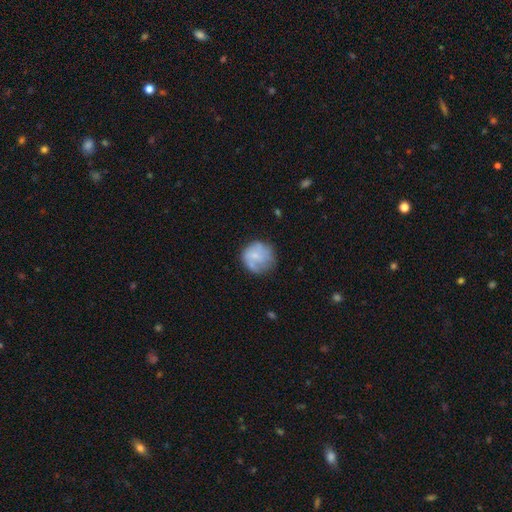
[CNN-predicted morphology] smooth-or-featured: smooth: 61% | featured or disk: 31% | star or artifact: 8%
  how-rounded: round: 89% | in between: 10% | cigar-shaped: 1%
  merging: none: 60% | minor disturbance: 24% | major disturbance: 12% | merger: 4%